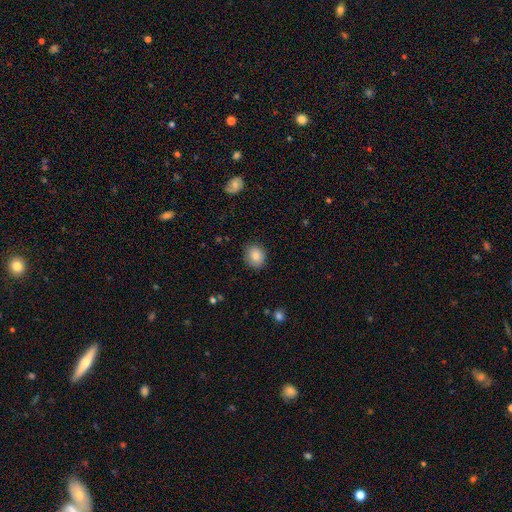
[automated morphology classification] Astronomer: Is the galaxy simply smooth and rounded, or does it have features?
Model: smooth — 85%.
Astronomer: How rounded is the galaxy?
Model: round — 63%.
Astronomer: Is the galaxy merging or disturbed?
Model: none — 86%.